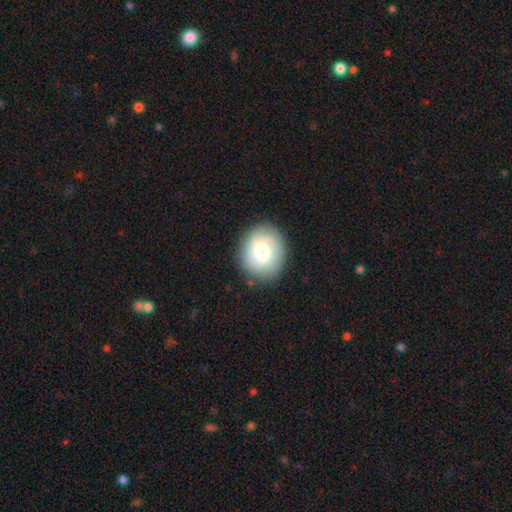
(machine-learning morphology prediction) Smooth or featured?
  - smooth: 53% *
  - featured or disk: 40%
  - star or artifact: 8%
How rounded?
  - round: 71% *
  - in between: 28%
  - cigar-shaped: 1%
Merging?
  - none: 82% *
  - minor disturbance: 13%
  - major disturbance: 4%
  - merger: 1%